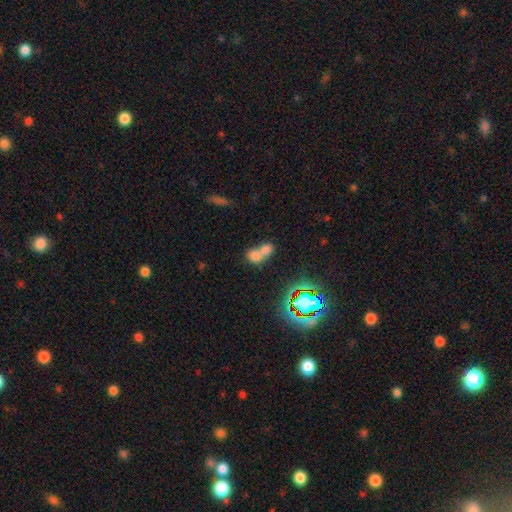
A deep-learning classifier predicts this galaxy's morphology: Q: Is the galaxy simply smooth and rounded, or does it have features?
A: smooth — 68%.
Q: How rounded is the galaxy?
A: in between — 54%.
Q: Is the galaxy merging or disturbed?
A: merger — 73%.